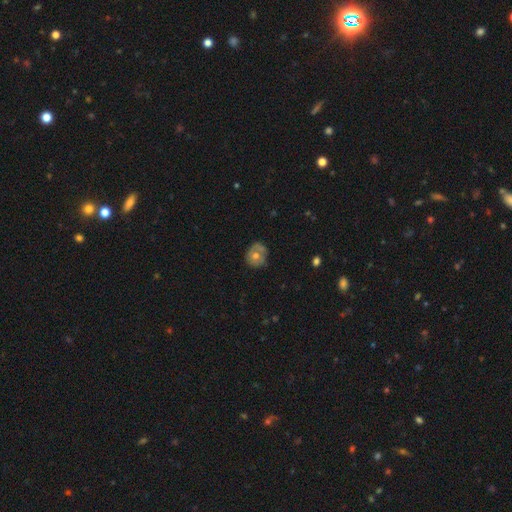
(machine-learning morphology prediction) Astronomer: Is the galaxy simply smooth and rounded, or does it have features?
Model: smooth — 54% (runner-up: featured or disk, 37%).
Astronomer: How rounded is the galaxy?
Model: round — 79%.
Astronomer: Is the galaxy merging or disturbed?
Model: none — 64%.